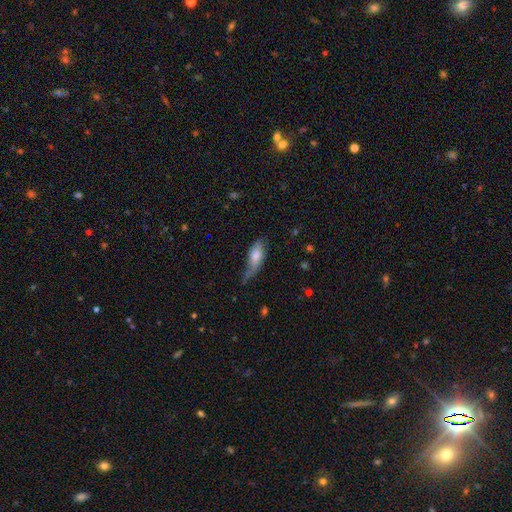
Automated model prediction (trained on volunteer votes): Smooth or featured: smooth — 64% (featured or disk — 28%)
How rounded: in between — 75% (cigar-shaped — 22%)
Merging: minor disturbance — 39% (none — 34%)